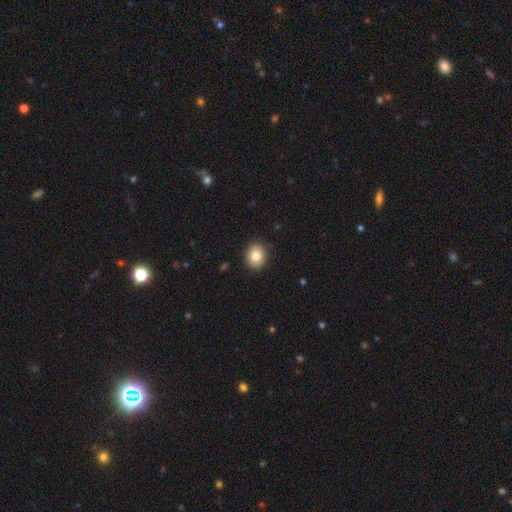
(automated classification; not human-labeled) smooth_or_featured: smooth (p=0.82) [alt: star or artifact p=0.09]
how_rounded: round (p=0.58) [alt: in between p=0.41]
merging: none (p=0.90) [alt: minor disturbance p=0.08]